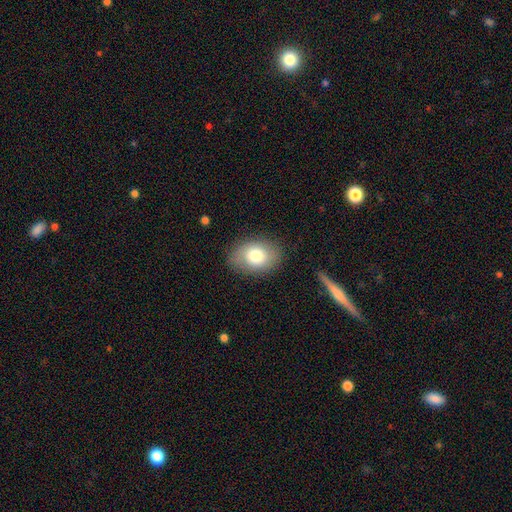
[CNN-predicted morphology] A smooth galaxy with no disk features (76%) that is in between round and cigar-shaped (79%).

Vote fractions:
- Smooth or featured? smooth: 76% / featured or disk: 16% / star or artifact: 8%
- How rounded? in between: 79% / round: 20% / cigar-shaped: 1%
- Merging? none: 83% / minor disturbance: 12% / major disturbance: 4% / merger: 1%